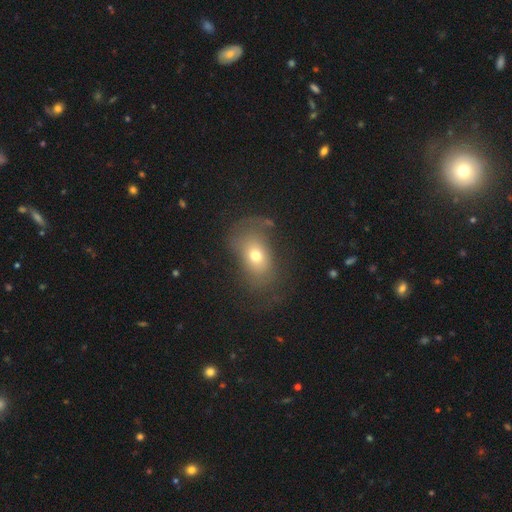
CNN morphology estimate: type=smooth (65%); roundness=in between (73%); merging=none (52%).